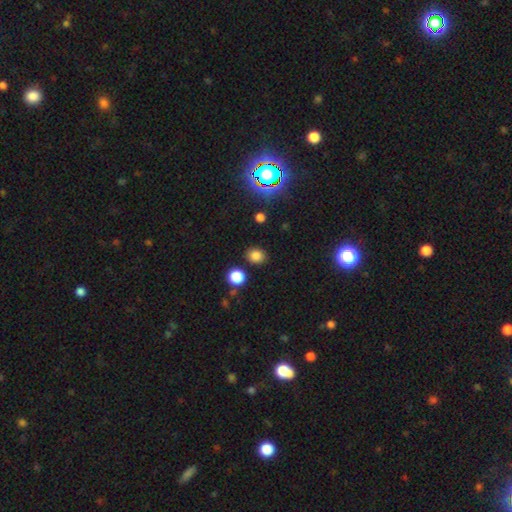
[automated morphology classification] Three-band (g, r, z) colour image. It shows a smooth galaxy with no disk features (79%) that is round (61%). Merging: none (84%).